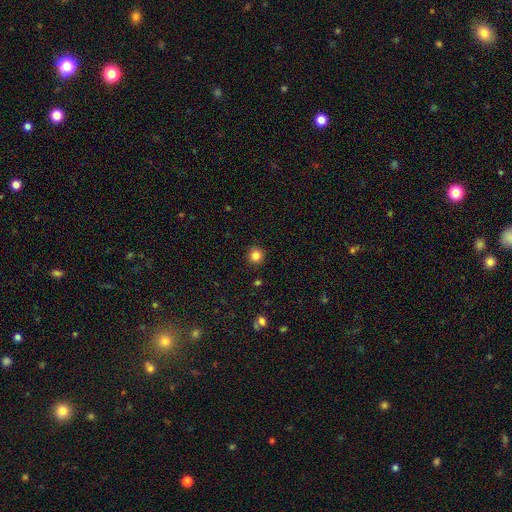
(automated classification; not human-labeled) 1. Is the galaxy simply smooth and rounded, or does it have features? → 83% smooth, 12% star or artifact, 5% featured or disk.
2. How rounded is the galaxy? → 94% round, 5% in between, 1% cigar-shaped.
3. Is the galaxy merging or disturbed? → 92% none, 6% minor disturbance, 2% major disturbance, 1% merger.